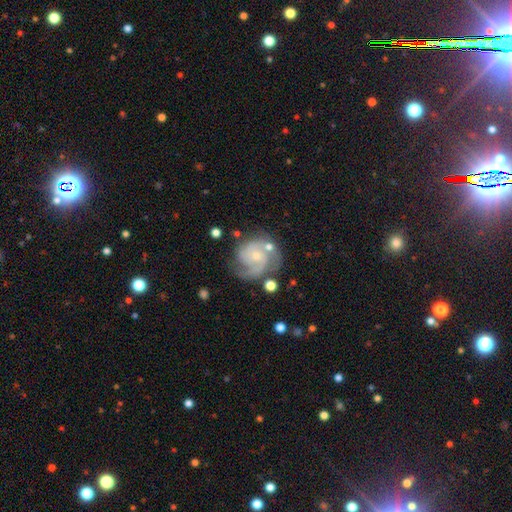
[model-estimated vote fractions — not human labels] Smooth or featured? featured or disk (85%)
Edge-on disk? no (98%)
Bar? no (72%)
Spiral arms? yes (96%)
Spiral winding? tight (52%)
Spiral arm count? 2 (36%)
Bulge size? small (69%)
Merging? none (64%)